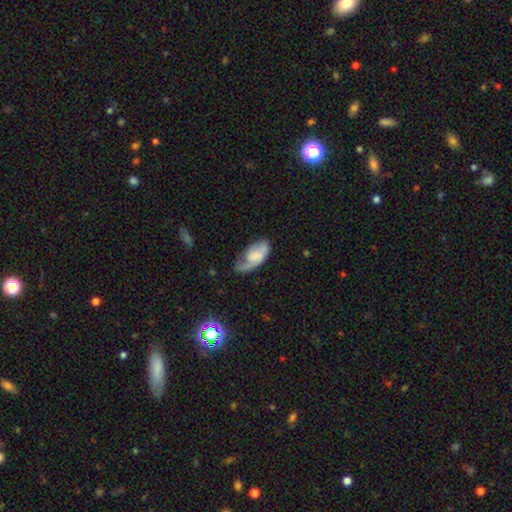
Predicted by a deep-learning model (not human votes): A smooth galaxy with no disk features (50%) that is in between round and cigar-shaped (93%). Merging: none (38%).